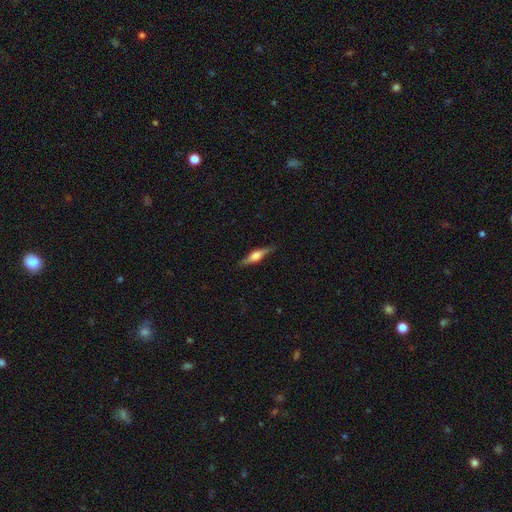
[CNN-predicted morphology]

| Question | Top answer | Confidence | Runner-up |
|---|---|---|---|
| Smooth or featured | featured or disk | 64% | smooth (30%) |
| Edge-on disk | yes | 97% | no (3%) |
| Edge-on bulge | rounded | 83% | boxy (14%) |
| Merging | none | 87% | minor disturbance (10%) |